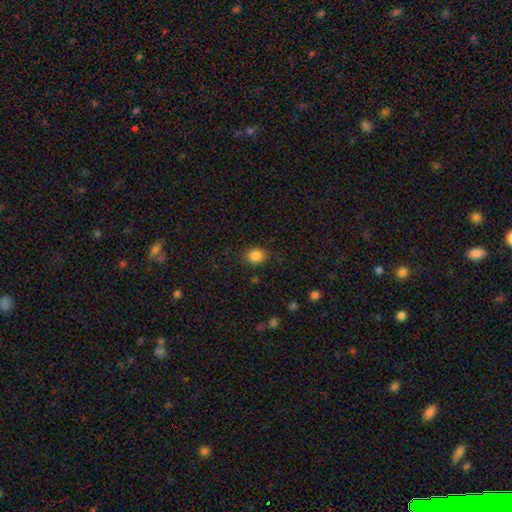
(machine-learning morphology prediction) smooth 85%, star or artifact 10%, featured or disk 4%. Down the decision tree: how rounded — round (60%); merging — none (84%).